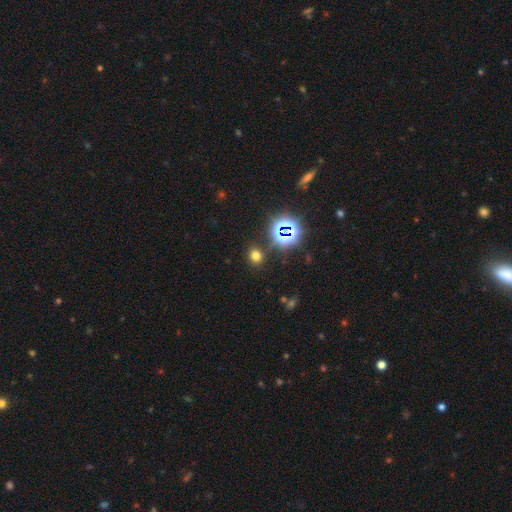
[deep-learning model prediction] This appears to be a smooth galaxy with no disk features (65%) that is round (64%). Merging: none (84%).